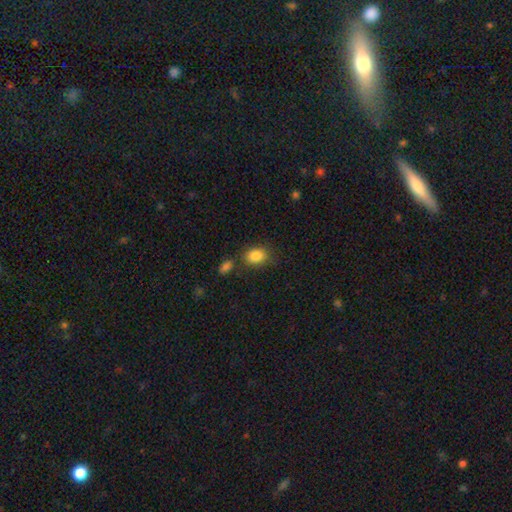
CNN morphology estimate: Smooth or featured? Predicted: smooth (p=0.85). How rounded? Predicted: in between (p=0.67). Merging? Predicted: none (p=0.73).